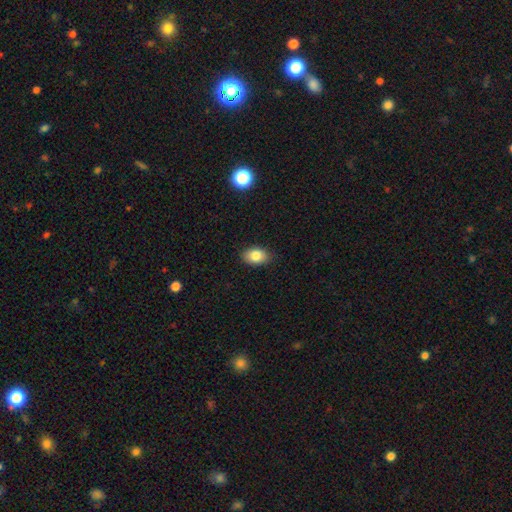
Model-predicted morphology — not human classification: Smooth or featured? Predicted: smooth (p=0.83). How rounded? Predicted: in between (p=0.84). Merging? Predicted: none (p=0.86).